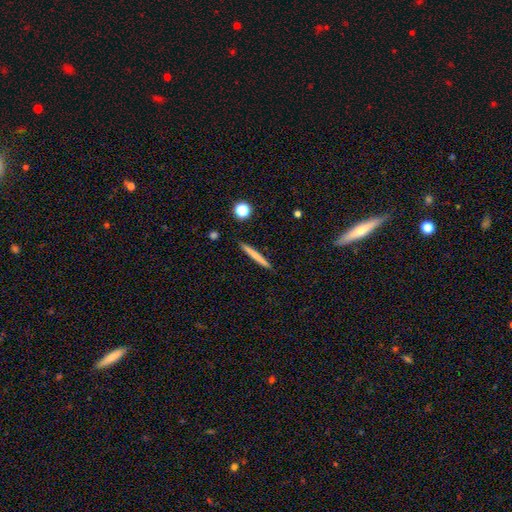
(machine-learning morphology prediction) This appears to be a smooth galaxy with no disk features (65%) that is cigar-shaped (96%). Merging: none (91%).